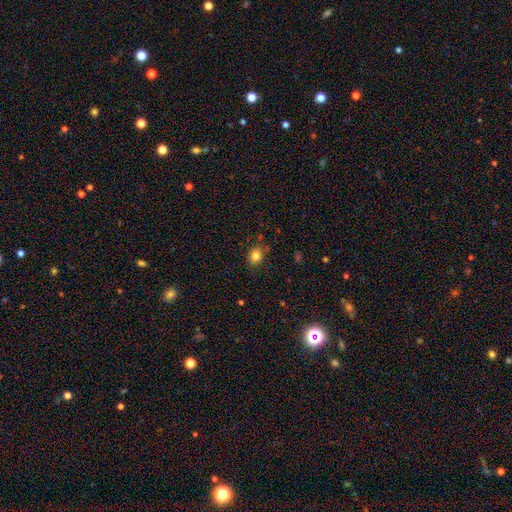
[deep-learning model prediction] Smooth or featured?
  - smooth: 82% *
  - star or artifact: 11%
  - featured or disk: 7%
How rounded?
  - round: 53% *
  - in between: 46%
  - cigar-shaped: 1%
Merging?
  - none: 78% *
  - minor disturbance: 16%
  - major disturbance: 4%
  - merger: 3%